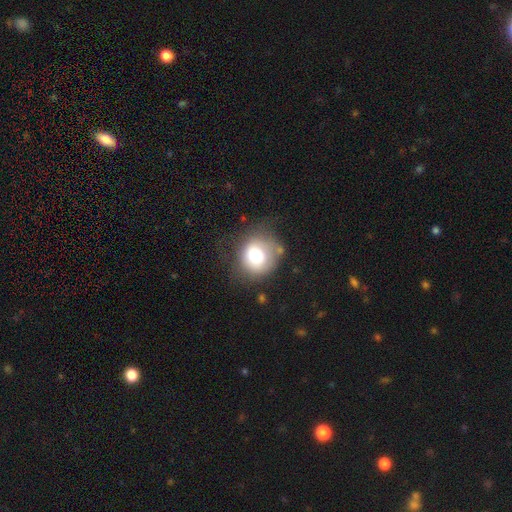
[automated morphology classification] Smooth or featured? Predicted: smooth (p=0.73). How rounded? Predicted: round (p=0.83). Merging? Predicted: none (p=0.58).